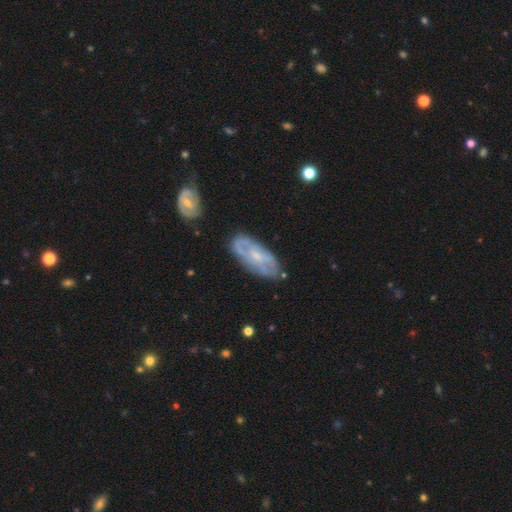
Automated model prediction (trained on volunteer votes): Smooth or featured?
  - featured or disk: 63% *
  - smooth: 30%
  - star or artifact: 7%
Edge-on disk?
  - no: 89% *
  - yes: 11%
Bar?
  - no: 65% *
  - weak: 30%
  - strong: 5%
Spiral arms?
  - yes: 68% *
  - no: 32%
Bulge size?
  - small: 63% *
  - moderate: 27%
  - none: 7%
  - large: 1%
  - dominant: 1%
Merging?
  - none: 69% *
  - minor disturbance: 21%
  - major disturbance: 7%
  - merger: 3%